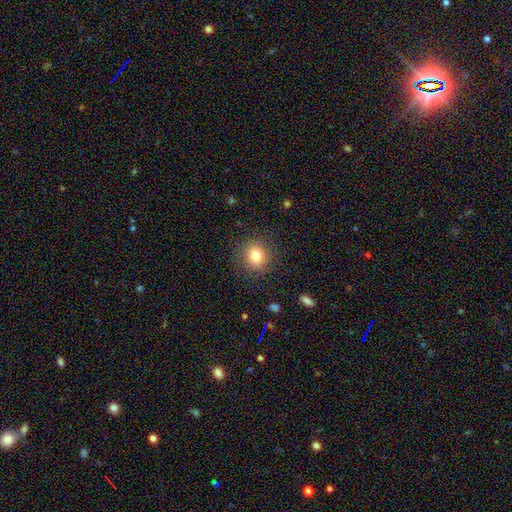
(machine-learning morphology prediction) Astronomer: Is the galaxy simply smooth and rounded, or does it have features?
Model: smooth — 80%.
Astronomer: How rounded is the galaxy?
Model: round — 80%.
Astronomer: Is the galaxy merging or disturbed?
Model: none — 86%.